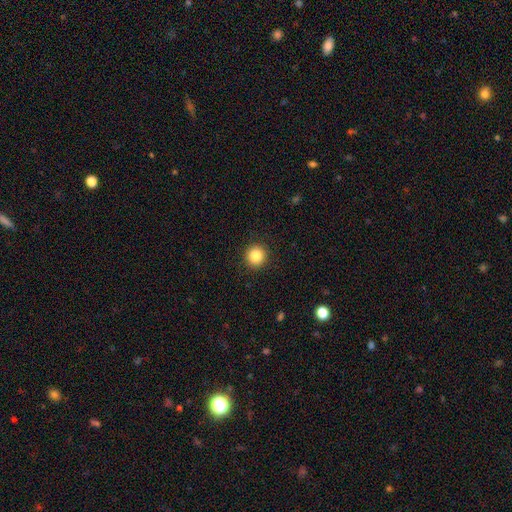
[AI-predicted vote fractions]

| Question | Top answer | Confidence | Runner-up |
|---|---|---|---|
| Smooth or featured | smooth | 85% | star or artifact (10%) |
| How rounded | round | 94% | in between (5%) |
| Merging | none | 92% | minor disturbance (5%) |